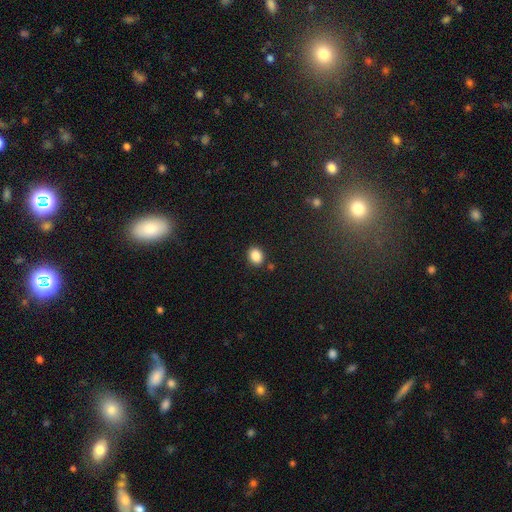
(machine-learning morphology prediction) smooth-or-featured: smooth: 87% | star or artifact: 9% | featured or disk: 4%
  how-rounded: in between: 58% | round: 41% | cigar-shaped: 1%
  merging: none: 84% | minor disturbance: 9% | merger: 4% | major disturbance: 3%